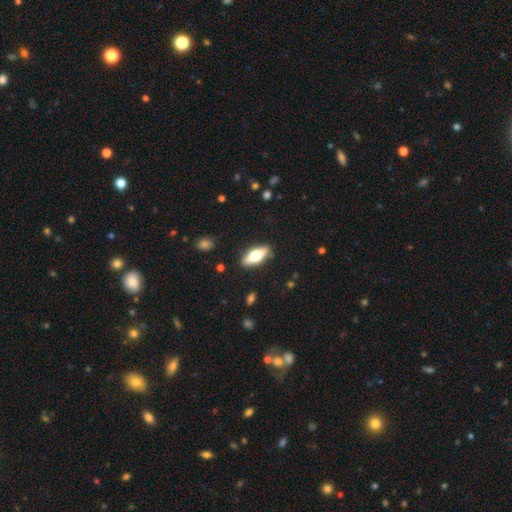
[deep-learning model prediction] smooth-or-featured: smooth: 54% | featured or disk: 40% | star or artifact: 6%
  how-rounded: in between: 67% | cigar-shaped: 30% | round: 3%
  merging: none: 87% | minor disturbance: 9% | major disturbance: 2% | merger: 1%